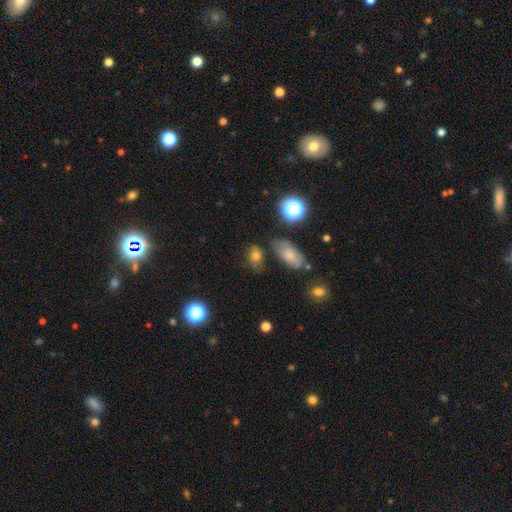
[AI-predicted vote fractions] Smooth or featured: smooth — 72% (star or artifact — 16%)
How rounded: in between — 71% (round — 26%)
Merging: none — 65% (minor disturbance — 20%)